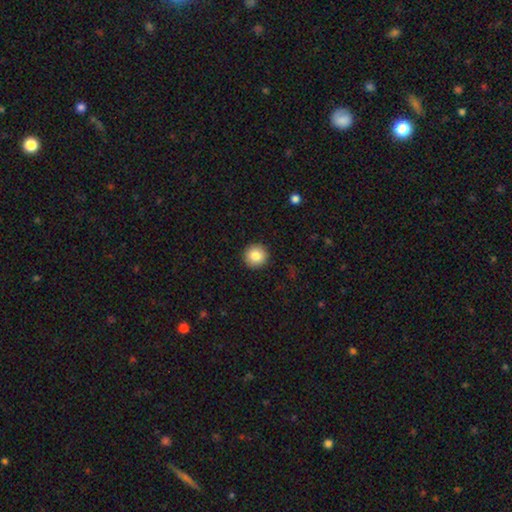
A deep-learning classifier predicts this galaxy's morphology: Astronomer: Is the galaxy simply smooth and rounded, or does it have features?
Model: smooth — 83%.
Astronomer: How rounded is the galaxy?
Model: round — 95%.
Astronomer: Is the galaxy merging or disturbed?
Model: none — 93%.